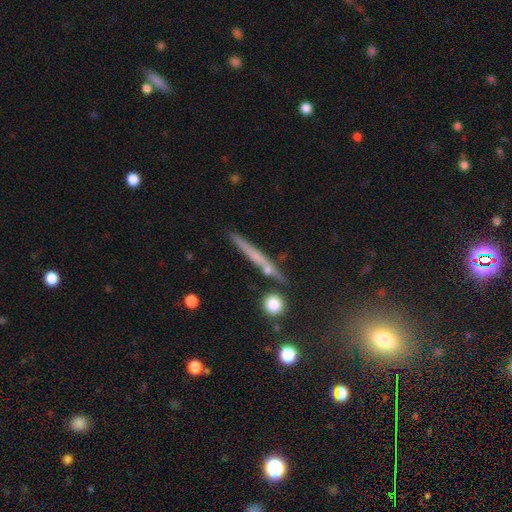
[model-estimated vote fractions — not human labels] smooth_or_featured: smooth (p=0.47) [alt: featured or disk p=0.44]
merging: none (p=0.82) [alt: minor disturbance p=0.10]